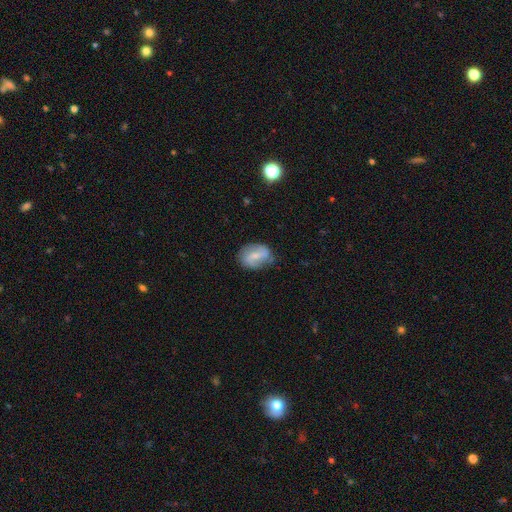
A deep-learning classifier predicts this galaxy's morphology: type=featured or disk (59%); edge-on=no (97%); bar=weak (49%); spiral arms=yes (85%); bulge=small (53%); merging=none (69%).